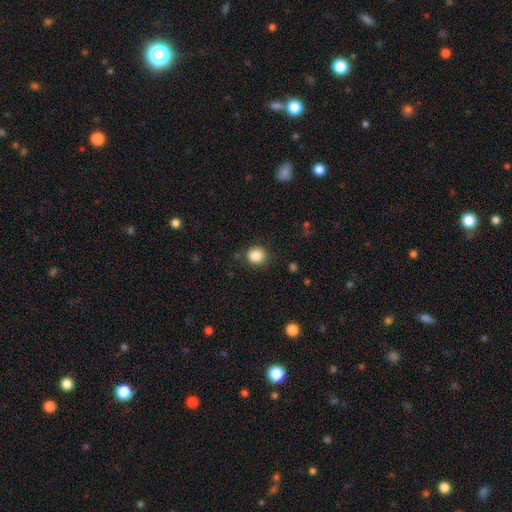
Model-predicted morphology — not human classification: Smooth or featured? smooth (87%)
How rounded? round (85%)
Merging? none (84%)